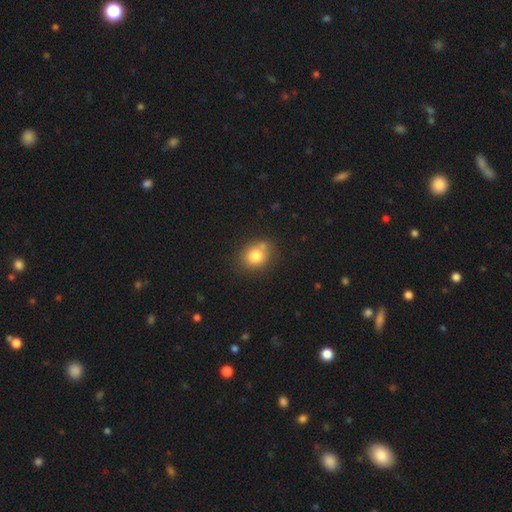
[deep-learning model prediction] This is likely a smooth galaxy (79%). How rounded: likely round (63%). Merging: likely none (67%).